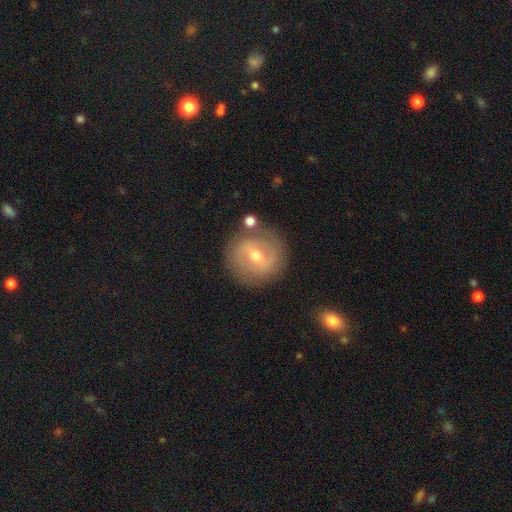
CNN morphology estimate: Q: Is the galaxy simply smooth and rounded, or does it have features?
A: featured or disk — 66%.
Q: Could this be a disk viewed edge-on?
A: no — 95%.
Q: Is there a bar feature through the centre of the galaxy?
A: weak — 47%.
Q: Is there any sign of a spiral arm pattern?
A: yes — 66%.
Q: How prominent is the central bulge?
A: moderate — 56%.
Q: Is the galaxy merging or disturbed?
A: none — 82%.